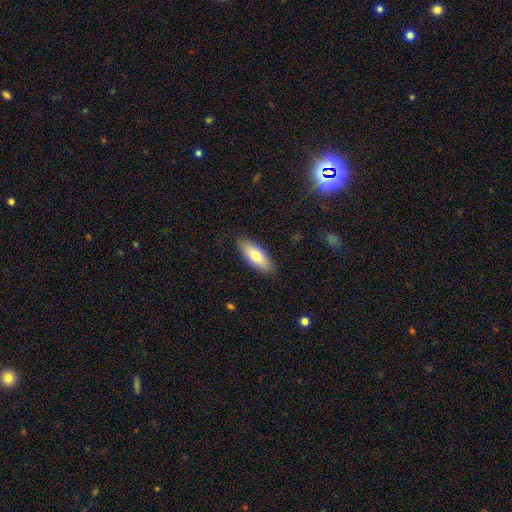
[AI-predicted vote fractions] Q: Smooth or featured?
A: smooth (74%); runner-up: featured or disk (20%)
Q: How rounded?
A: in between (76%); runner-up: cigar-shaped (22%)
Q: Merging?
A: none (87%); runner-up: minor disturbance (10%)